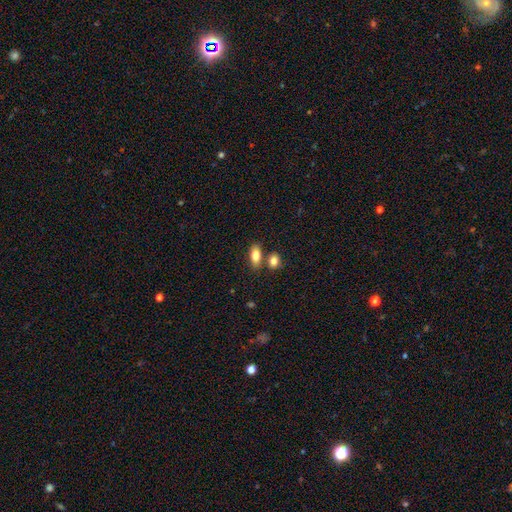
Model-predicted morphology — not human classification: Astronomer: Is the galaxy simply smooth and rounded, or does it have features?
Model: smooth — 82%.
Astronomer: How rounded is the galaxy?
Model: in between — 86%.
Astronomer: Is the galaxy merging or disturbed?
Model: none — 66%.